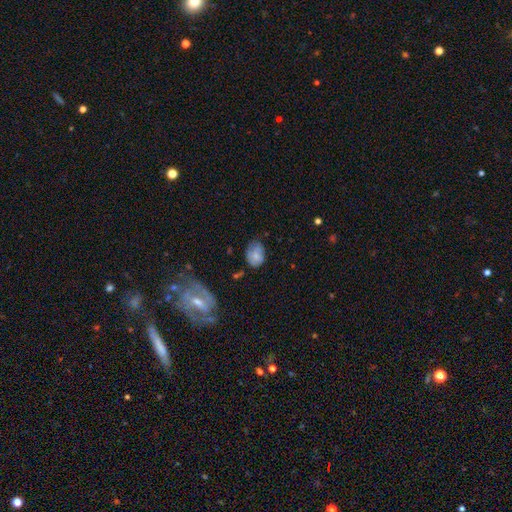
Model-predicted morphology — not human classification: Smooth or featured? smooth (67%)
How rounded? in between (72%)
Merging? none (54%)